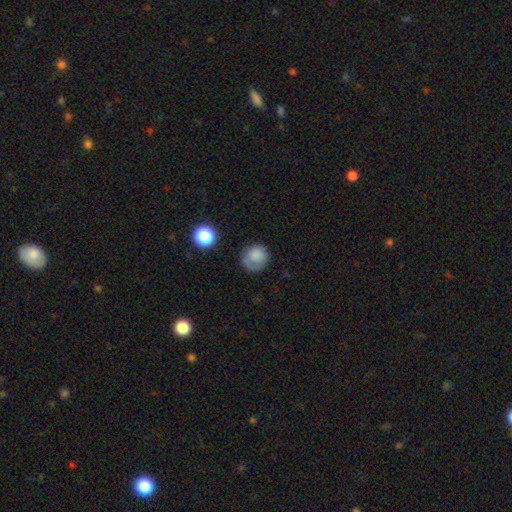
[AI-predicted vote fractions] The model was most divided on "merging": none: 64%, minor disturbance: 23%, major disturbance: 10%, merger: 2%. More confident: how rounded — round (83%); smooth or featured — smooth (82%).